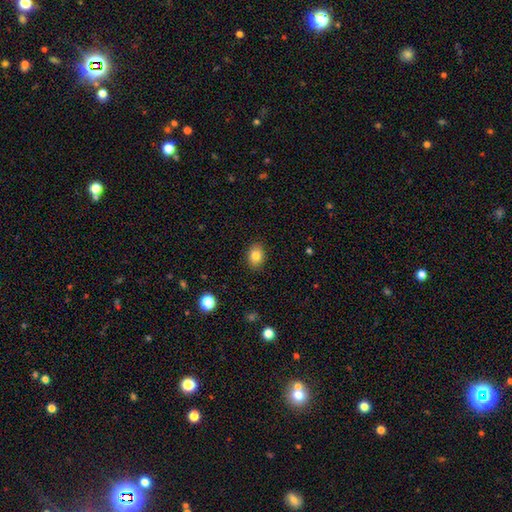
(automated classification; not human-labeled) smooth_or_featured: smooth (p=0.83) [alt: star or artifact p=0.10]
how_rounded: in between (p=0.62) [alt: round p=0.37]
merging: none (p=0.88) [alt: minor disturbance p=0.09]